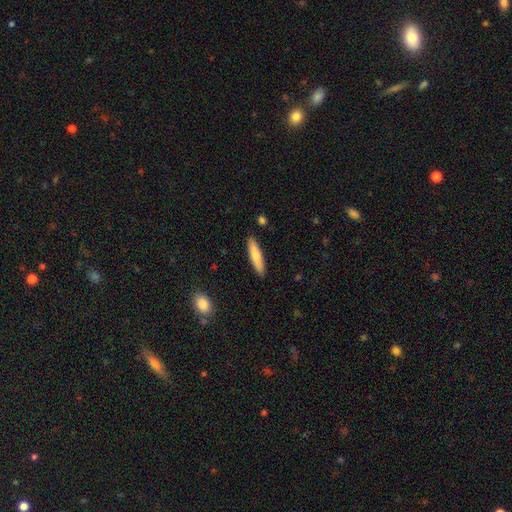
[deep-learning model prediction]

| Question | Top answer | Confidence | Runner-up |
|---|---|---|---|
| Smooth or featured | smooth | 74% | featured or disk (21%) |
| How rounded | cigar-shaped | 79% | in between (19%) |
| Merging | none | 89% | minor disturbance (7%) |